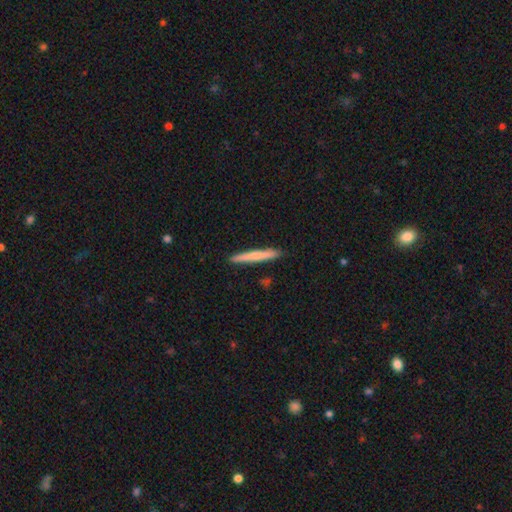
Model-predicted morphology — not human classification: This appears to be a smooth galaxy with no disk features (63%) that is cigar-shaped (96%). Merging: none (91%).